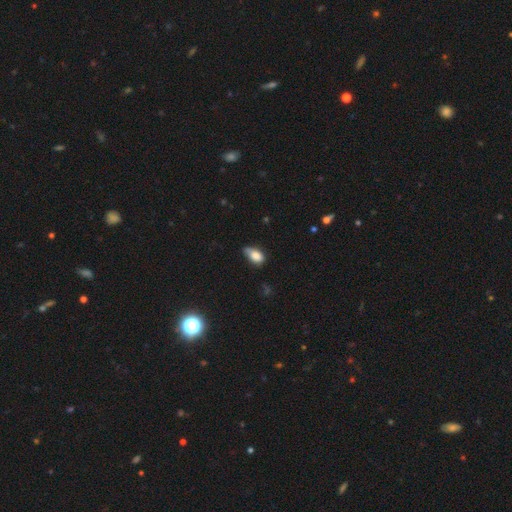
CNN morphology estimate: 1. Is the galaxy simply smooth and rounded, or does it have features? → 82% smooth, 10% featured or disk, 8% star or artifact.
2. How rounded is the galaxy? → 90% in between, 8% round, 2% cigar-shaped.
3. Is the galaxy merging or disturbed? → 43% none (tied), 43% minor disturbance (tied), 11% major disturbance, 3% merger.